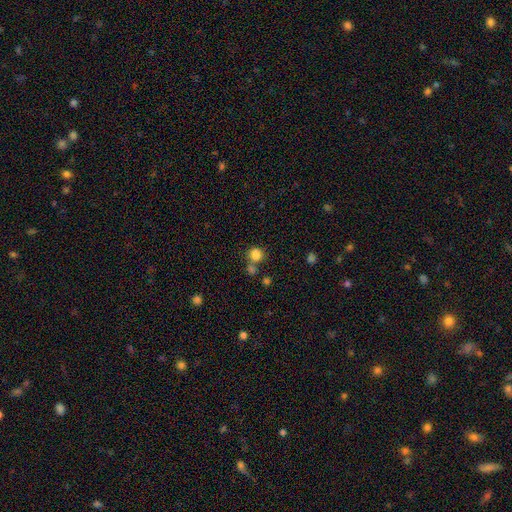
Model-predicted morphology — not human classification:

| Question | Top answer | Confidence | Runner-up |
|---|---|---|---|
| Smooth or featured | smooth | 82% | star or artifact (12%) |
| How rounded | round | 84% | in between (15%) |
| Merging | none | 61% | merger (24%) |